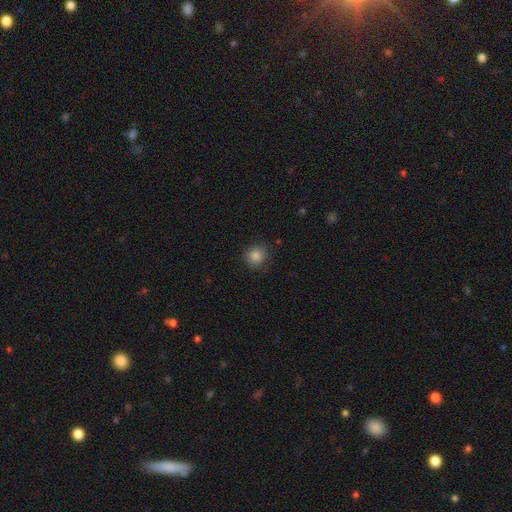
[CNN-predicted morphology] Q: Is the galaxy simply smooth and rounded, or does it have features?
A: smooth — 85%.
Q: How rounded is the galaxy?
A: round — 85%.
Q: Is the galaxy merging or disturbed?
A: none — 86%.